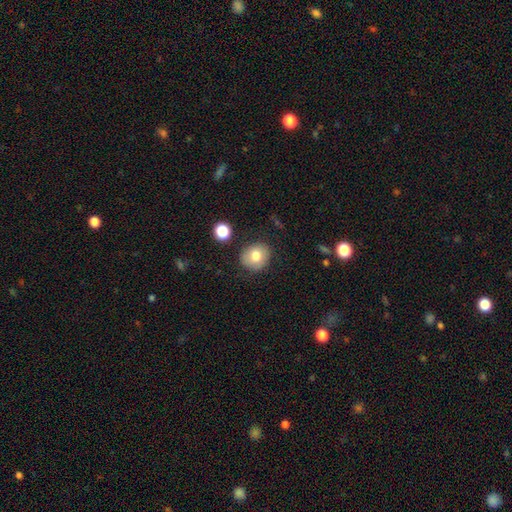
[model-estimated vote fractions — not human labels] This appears to be a smooth galaxy with no disk features (77%) that is round (79%). Merging: none (83%).